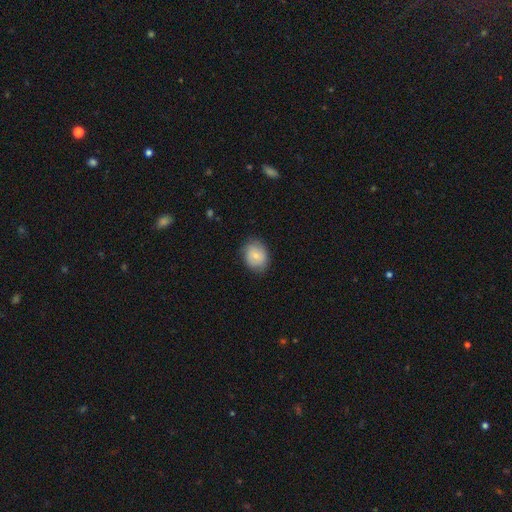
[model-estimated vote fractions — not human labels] Smooth or featured: smooth — 74% (featured or disk — 19%)
How rounded: round — 57% (in between — 42%)
Merging: none — 79% (minor disturbance — 16%)